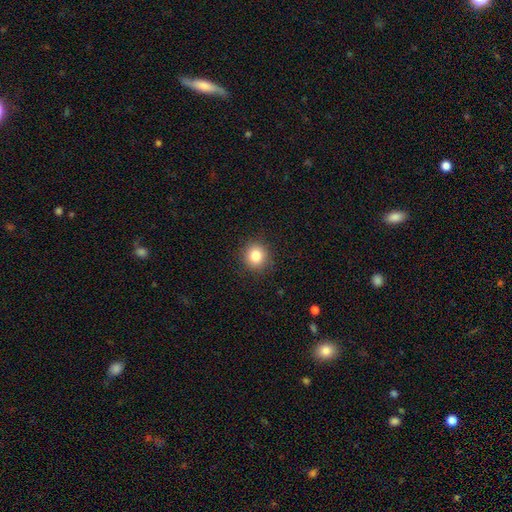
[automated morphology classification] Overall: smooth (83%). How rounded: round (88%). Merging: none (89%).